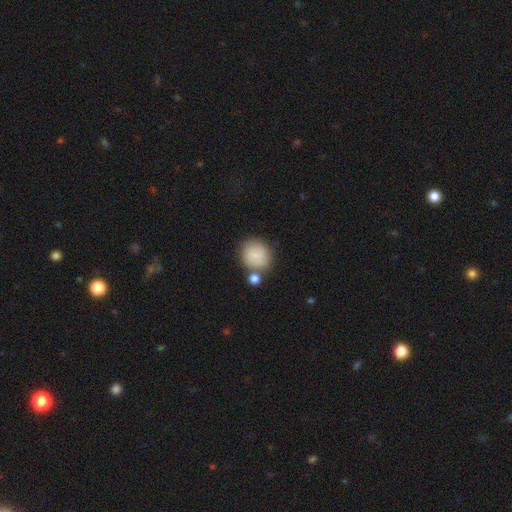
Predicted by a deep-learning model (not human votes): The model was most divided on "merging": none: 62%, merger: 17%, minor disturbance: 15%, major disturbance: 5%. More confident: how rounded — round (80%); smooth or featured — smooth (79%).